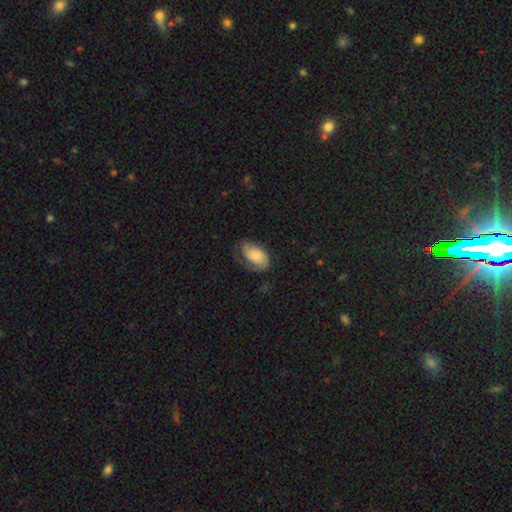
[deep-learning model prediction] Q: Smooth or featured?
A: smooth (53%); runner-up: featured or disk (40%)
Q: How rounded?
A: in between (91%); runner-up: round (7%)
Q: Merging?
A: none (48%); runner-up: minor disturbance (30%)